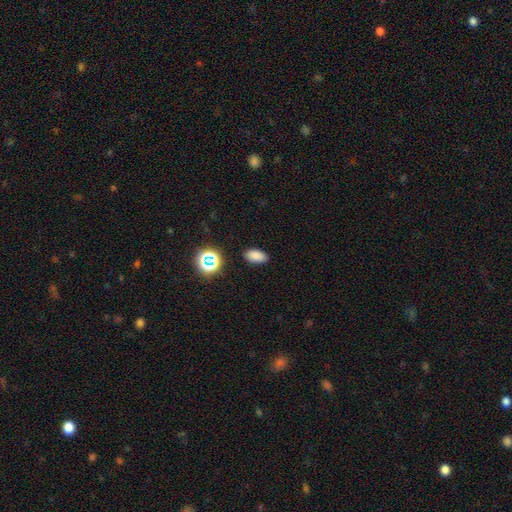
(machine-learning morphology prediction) The model was most divided on "smooth or featured": smooth: 82%, star or artifact: 14%, featured or disk: 5%. More confident: how rounded — in between (91%); merging — none (88%).